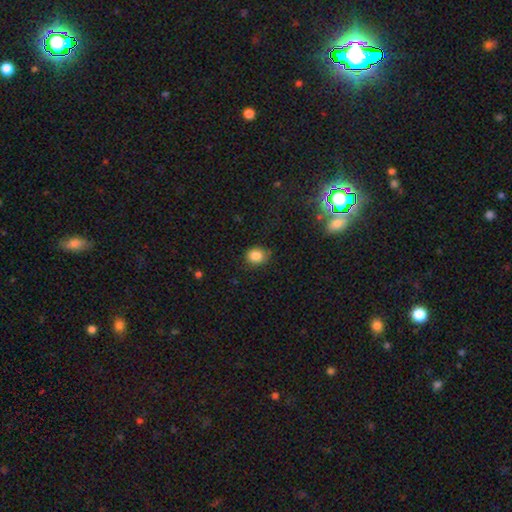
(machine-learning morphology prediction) Smooth or featured?
  - smooth: 84% *
  - star or artifact: 11%
  - featured or disk: 5%
How rounded?
  - round: 64% *
  - in between: 36%
  - cigar-shaped: 1%
Merging?
  - none: 79% *
  - minor disturbance: 16%
  - major disturbance: 3%
  - merger: 1%